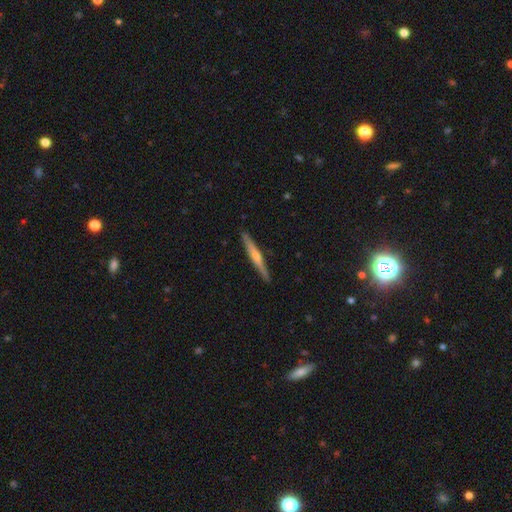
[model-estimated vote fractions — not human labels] The model was most divided on "smooth or featured": featured or disk: 61%, smooth: 33%, star or artifact: 6%. More confident: edge-on disk — yes (97%); merging — none (90%); edge-on bulge — rounded (72%).